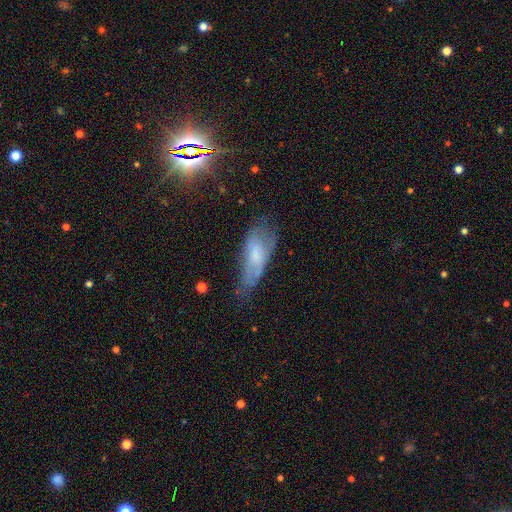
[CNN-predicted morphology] smooth-or-featured: smooth: 51% | featured or disk: 35% | star or artifact: 13%
  how-rounded: in between: 69% | cigar-shaped: 28% | round: 2%
  merging: none: 38% | minor disturbance: 36% | major disturbance: 23% | merger: 3%